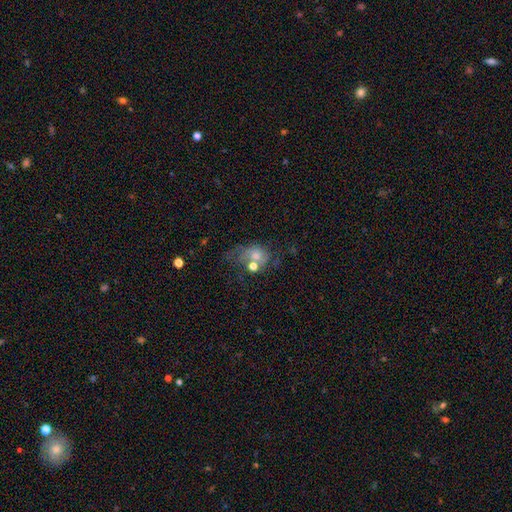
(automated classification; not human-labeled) The model was most divided on "merging": none: 32%, major disturbance: 27%, merger: 22%, minor disturbance: 19%. Remaining: smooth or featured — featured or disk (43%).